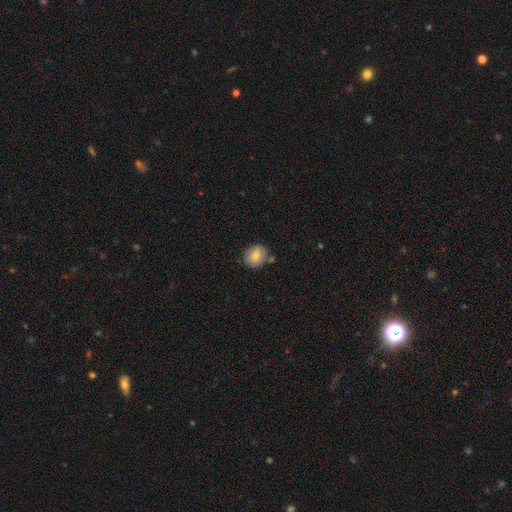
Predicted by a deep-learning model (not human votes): Q: Smooth or featured?
A: smooth (80%); runner-up: featured or disk (11%)
Q: How rounded?
A: round (73%); runner-up: in between (26%)
Q: Merging?
A: none (74%); runner-up: minor disturbance (15%)